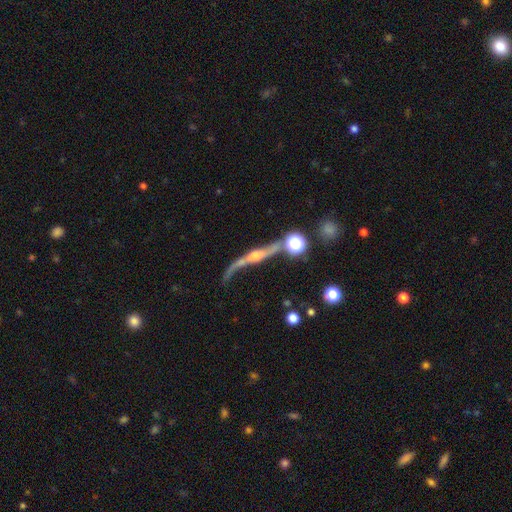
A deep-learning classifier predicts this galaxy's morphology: This is clearly a featured or disk galaxy (84%). It is likely viewed edge-on (67%). Edge-on bulge: clearly rounded (90%). Merging: possibly none (54%).